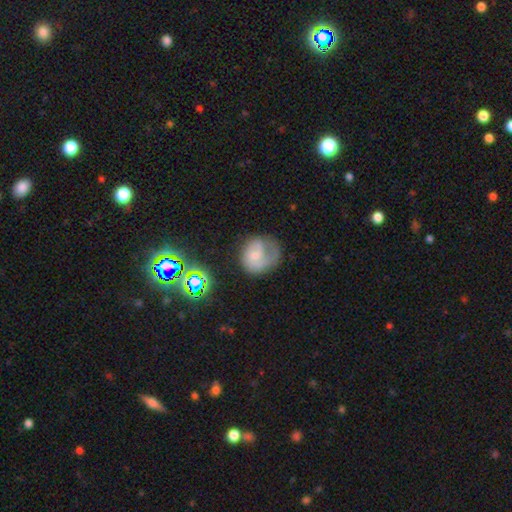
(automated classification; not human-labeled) Smooth or featured: featured or disk — 52% (smooth — 38%)
Edge-on disk: no — 98% (yes — 2%)
Bar: no — 71% (weak — 25%)
Spiral arms: yes — 77% (no — 23%)
Bulge size: small — 56% (moderate — 31%)
Merging: none — 41% (major disturbance — 30%)